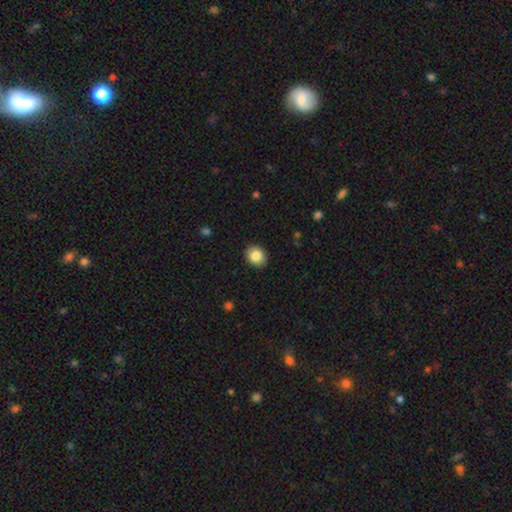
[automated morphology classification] This is clearly a smooth galaxy (84%). How rounded: likely round (61%). Merging: clearly none (90%).